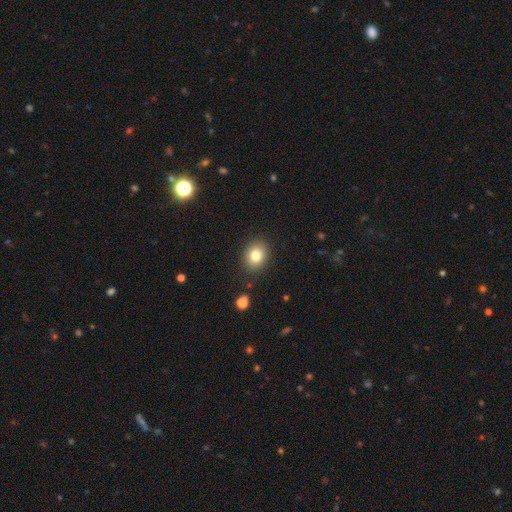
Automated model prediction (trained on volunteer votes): smooth_or_featured: smooth (p=0.81) [alt: star or artifact p=0.10]
how_rounded: round (p=0.55) [alt: in between p=0.44]
merging: none (p=0.87) [alt: minor disturbance p=0.09]